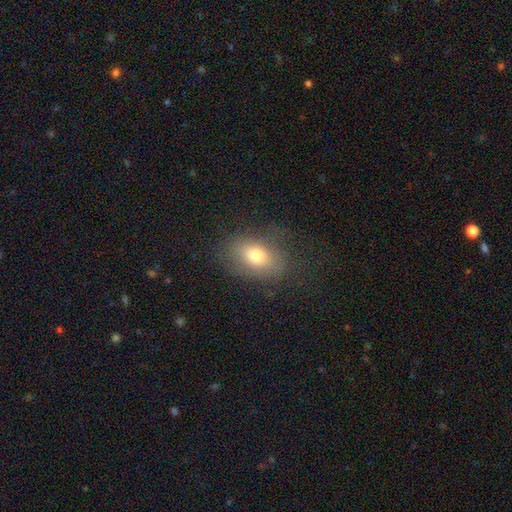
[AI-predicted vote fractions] A smooth galaxy with no disk features (75%) that is in between round and cigar-shaped (84%).

Vote fractions:
- Smooth or featured? smooth: 75% / featured or disk: 15% / star or artifact: 10%
- How rounded? in between: 84% / round: 14% / cigar-shaped: 2%
- Merging? none: 72% / minor disturbance: 18% / major disturbance: 9% / merger: 1%